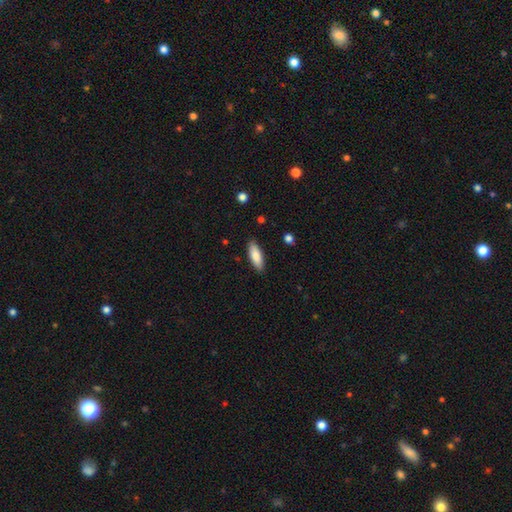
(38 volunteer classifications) This appears to be a smooth galaxy with no disk features (84%) that is in between round and cigar-shaped (62%). Merging: none (80%).